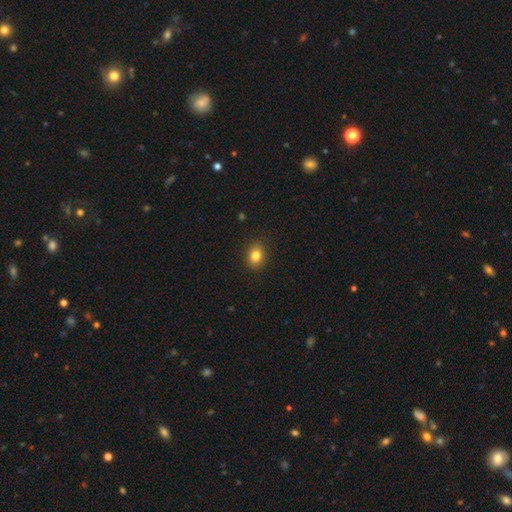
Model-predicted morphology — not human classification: A smooth galaxy with no disk features (83%) that is in between round and cigar-shaped (53%).

Vote fractions:
- Smooth or featured? smooth: 83% / star or artifact: 11% / featured or disk: 7%
- How rounded? in between: 53% / round: 46% / cigar-shaped: 1%
- Merging? none: 89% / minor disturbance: 8% / major disturbance: 2% / merger: 1%